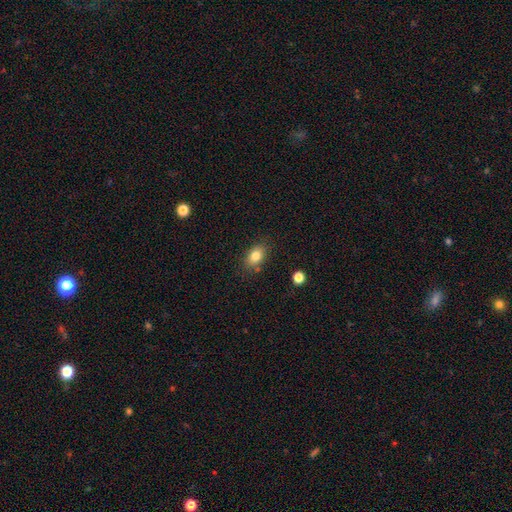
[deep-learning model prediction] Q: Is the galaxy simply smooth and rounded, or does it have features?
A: smooth — 81%.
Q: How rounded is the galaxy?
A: in between — 81%.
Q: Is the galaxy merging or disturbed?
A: none — 80%.